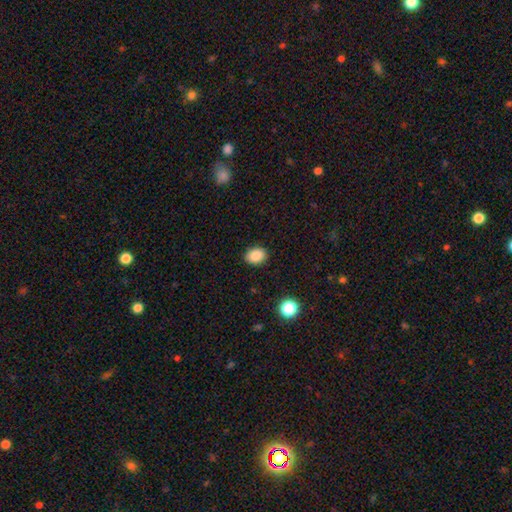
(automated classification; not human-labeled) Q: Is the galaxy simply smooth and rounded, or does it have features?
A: smooth — 86%.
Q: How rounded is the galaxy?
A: in between — 51%.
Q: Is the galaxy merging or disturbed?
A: none — 89%.